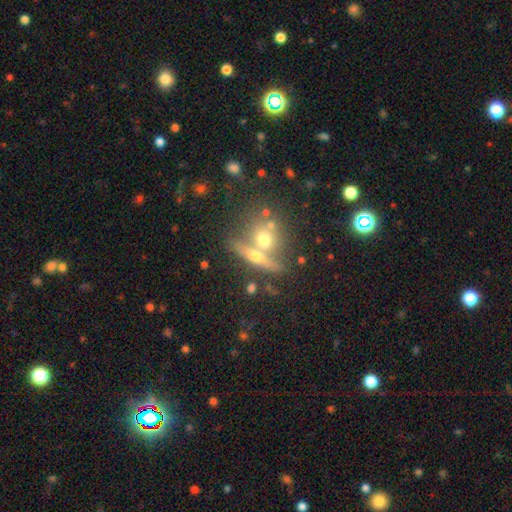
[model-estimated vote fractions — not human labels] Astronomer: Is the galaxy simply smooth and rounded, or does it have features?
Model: featured or disk — 48% (runner-up: smooth, 41%).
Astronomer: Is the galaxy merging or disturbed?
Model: none — 46% (runner-up: merger, 39%).